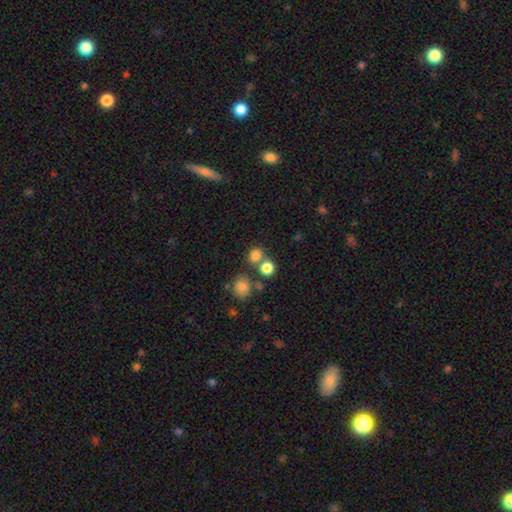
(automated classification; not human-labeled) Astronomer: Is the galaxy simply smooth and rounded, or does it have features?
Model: smooth — 79%.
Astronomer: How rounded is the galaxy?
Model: round — 72%.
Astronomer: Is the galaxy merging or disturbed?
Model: none — 58%.